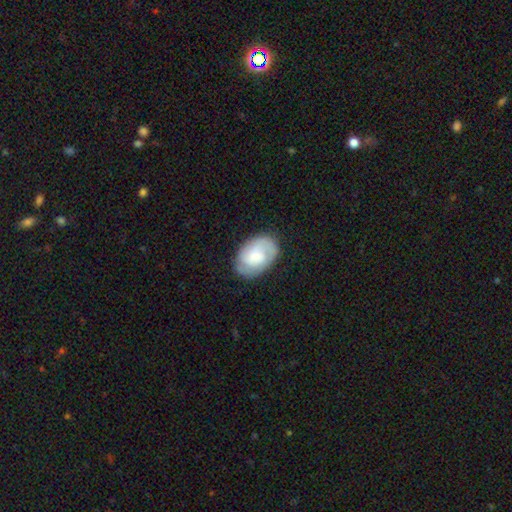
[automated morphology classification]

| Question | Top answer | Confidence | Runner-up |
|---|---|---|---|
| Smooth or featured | featured or disk | 53% | smooth (41%) |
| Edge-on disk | no | 97% | yes (3%) |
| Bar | no | 60% | weak (34%) |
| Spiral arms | yes | 87% | no (13%) |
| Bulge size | moderate | 37% | small (36%) |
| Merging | none | 79% | minor disturbance (15%) |